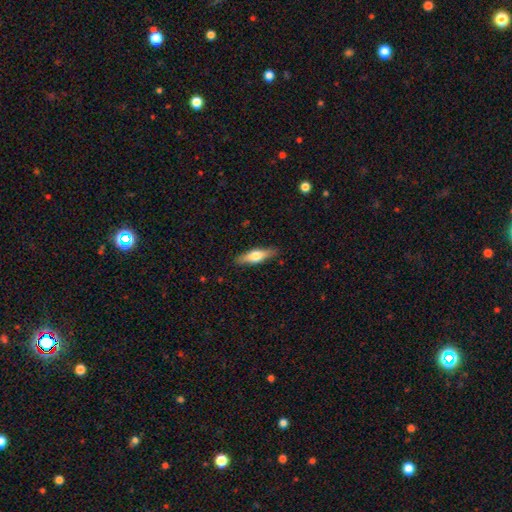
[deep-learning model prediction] This is possibly a smooth galaxy (55%). How rounded: possibly cigar-shaped (56%). Merging: clearly none (87%).